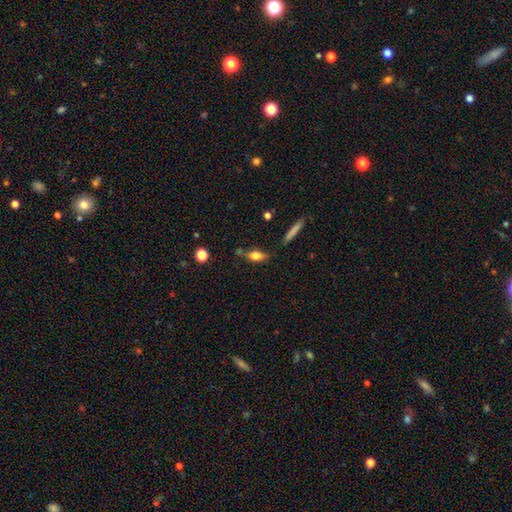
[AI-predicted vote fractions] This is likely a smooth galaxy (69%). How rounded: likely in between (64%). Merging: likely none (67%).